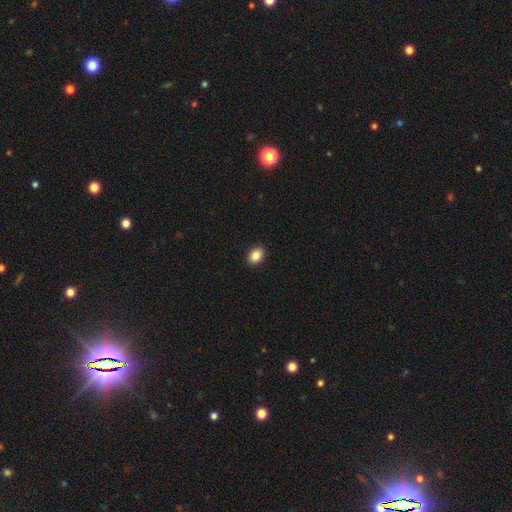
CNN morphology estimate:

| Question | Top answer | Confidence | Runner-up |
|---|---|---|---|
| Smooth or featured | smooth | 87% | star or artifact (9%) |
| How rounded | in between | 66% | round (33%) |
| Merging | none | 91% | minor disturbance (6%) |